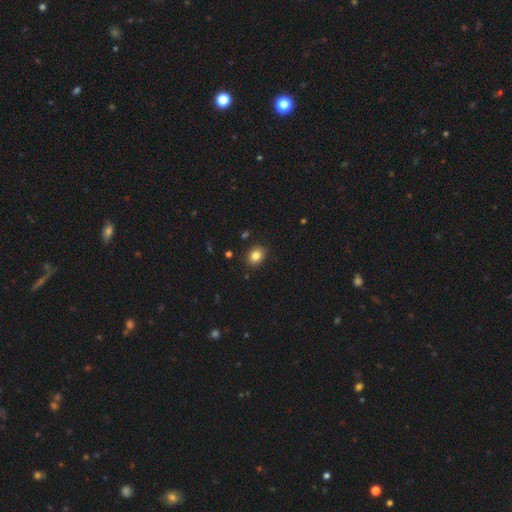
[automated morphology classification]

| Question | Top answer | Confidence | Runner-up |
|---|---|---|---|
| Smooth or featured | smooth | 84% | star or artifact (10%) |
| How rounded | in between | 54% | round (45%) |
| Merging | none | 89% | minor disturbance (8%) |